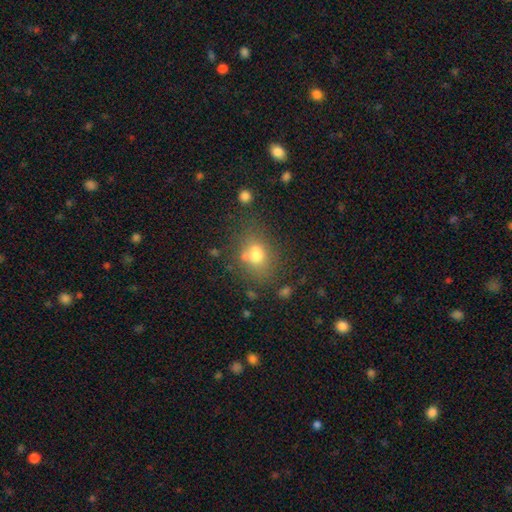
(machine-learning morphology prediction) The model was most divided on "how rounded": in between: 58%, round: 41%, cigar-shaped: 2%. More confident: smooth or featured — smooth (69%); merging — none (51%).